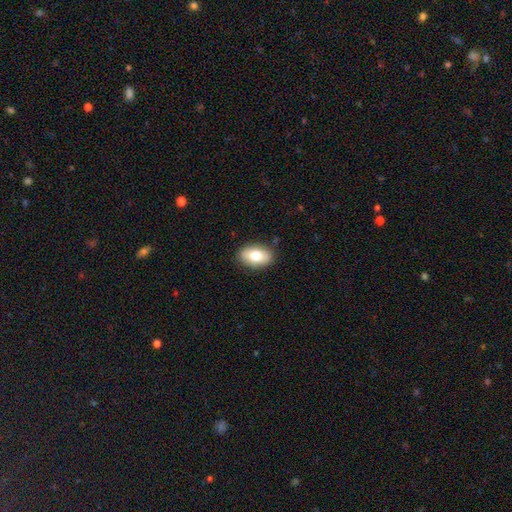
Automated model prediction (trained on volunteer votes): Morphology: type=smooth (76%); roundness=in between (90%); merging=none (86%).